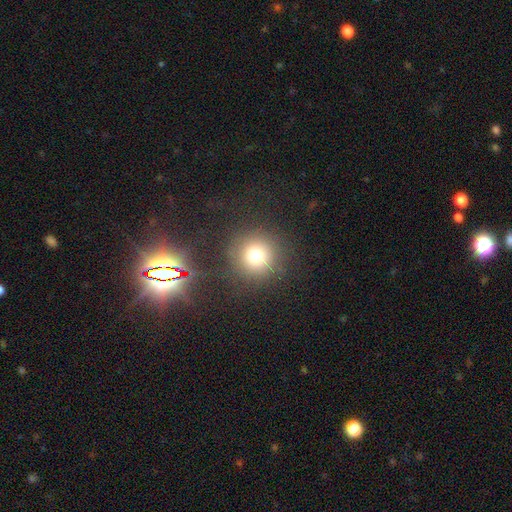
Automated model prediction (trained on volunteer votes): This is likely a smooth galaxy (73%). How rounded: clearly round (94%). Merging: clearly none (84%).